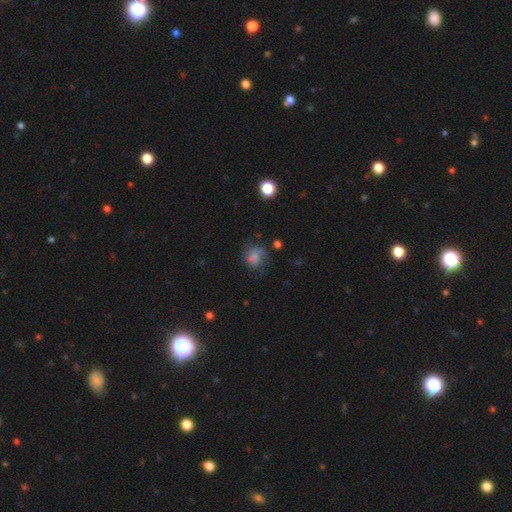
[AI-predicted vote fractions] Overall: smooth (42%; featured or disk 40%). Merging: none (64%).